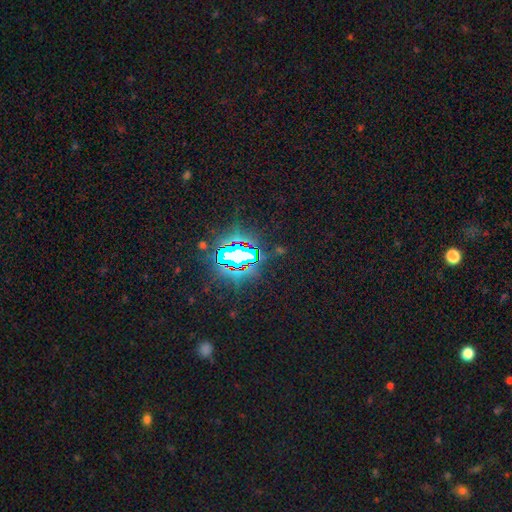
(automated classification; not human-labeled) Smooth or featured?
  - star or artifact: 77% *
  - smooth: 13%
  - featured or disk: 10%